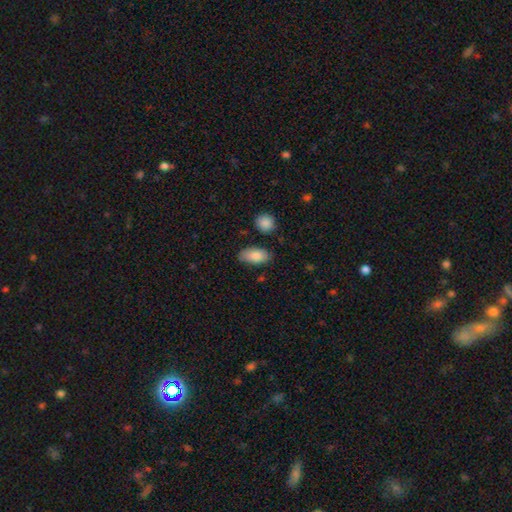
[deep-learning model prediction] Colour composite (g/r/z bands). It shows a smooth galaxy with no disk features (84%) that is in between round and cigar-shaped (92%). Merging: none (76%).